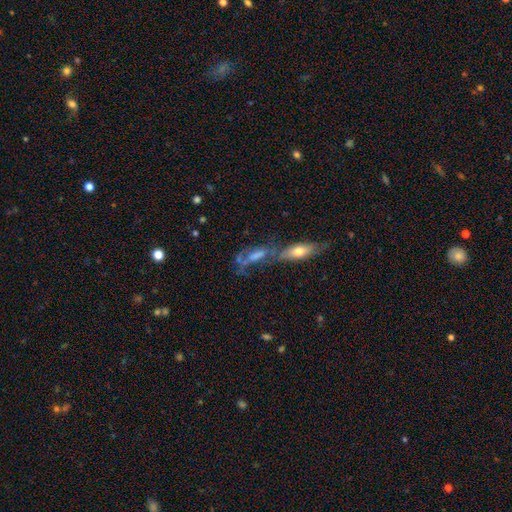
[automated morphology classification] A featured or disk galaxy (52%). Merging: merger (46%).